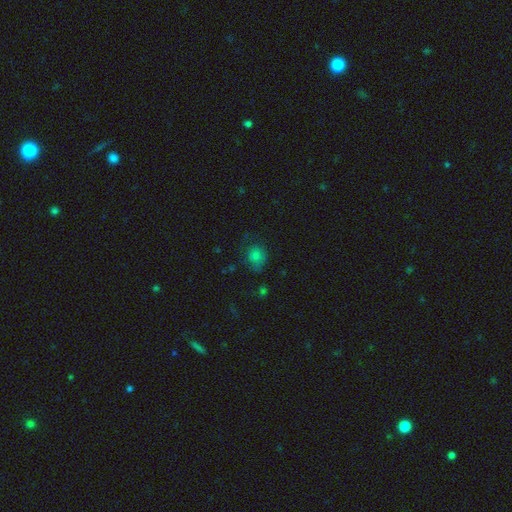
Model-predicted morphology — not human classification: Smooth or featured?
  - smooth: 73% *
  - star or artifact: 15%
  - featured or disk: 12%
How rounded?
  - round: 75% *
  - in between: 24%
  - cigar-shaped: 1%
Merging?
  - none: 65% *
  - minor disturbance: 24%
  - major disturbance: 9%
  - merger: 2%